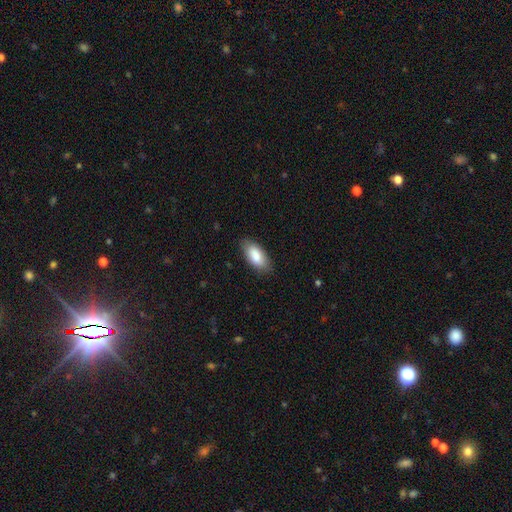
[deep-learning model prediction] Smooth or featured: smooth — 84% (featured or disk — 10%)
How rounded: in between — 89% (cigar-shaped — 9%)
Merging: none — 83% (minor disturbance — 13%)